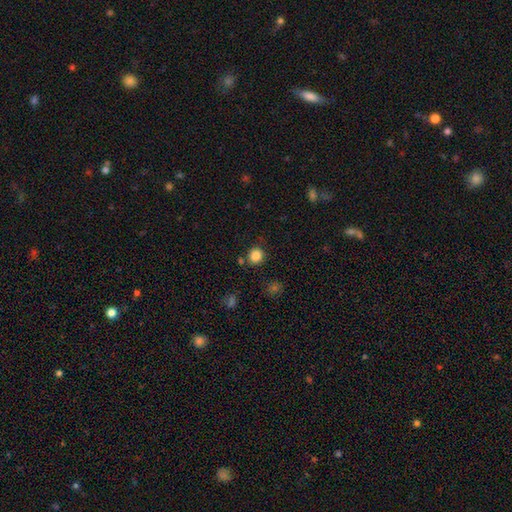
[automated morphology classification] smooth-or-featured: smooth: 85% | star or artifact: 11% | featured or disk: 5%
  how-rounded: round: 87% | in between: 13% | cigar-shaped: 1%
  merging: none: 84% | minor disturbance: 9% | merger: 5% | major disturbance: 3%